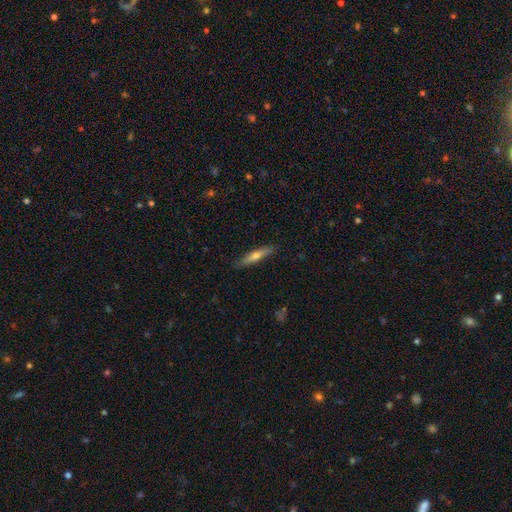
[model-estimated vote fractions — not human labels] Smooth or featured?
  - smooth: 59% *
  - featured or disk: 35%
  - star or artifact: 6%
How rounded?
  - cigar-shaped: 87% *
  - in between: 12%
  - round: 2%
Merging?
  - none: 87% *
  - minor disturbance: 10%
  - major disturbance: 2%
  - merger: 1%